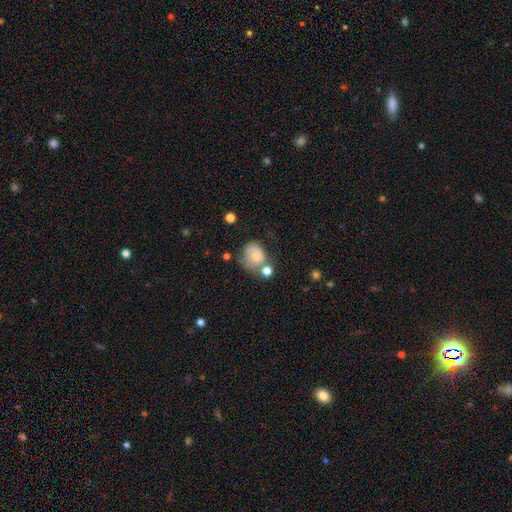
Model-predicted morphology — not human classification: Smooth or featured?
  - smooth: 68% *
  - featured or disk: 22%
  - star or artifact: 10%
How rounded?
  - round: 65% *
  - in between: 34%
  - cigar-shaped: 1%
Merging?
  - none: 38% *
  - minor disturbance: 26%
  - merger: 21%
  - major disturbance: 14%